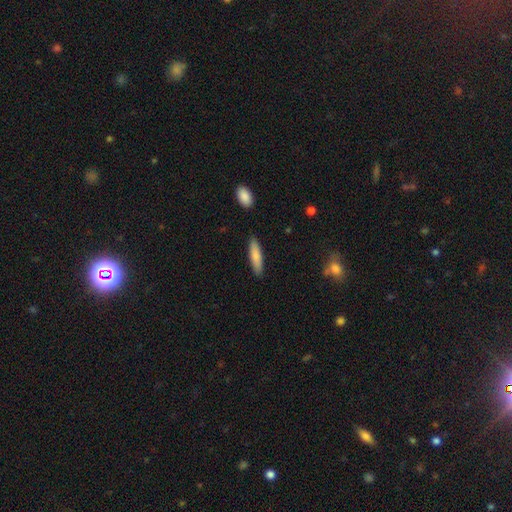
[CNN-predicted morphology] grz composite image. It shows a smooth galaxy with no disk features (81%) that is cigar-shaped (73%). Merging: none (88%).